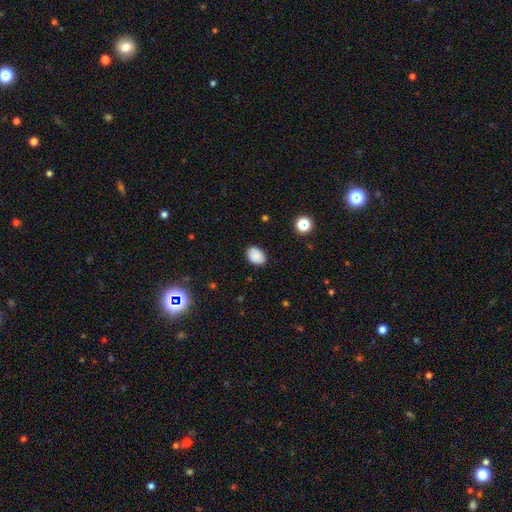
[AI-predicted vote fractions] Smooth or featured? Predicted: smooth (p=0.88). How rounded? Predicted: in between (p=0.80). Merging? Predicted: none (p=0.86).